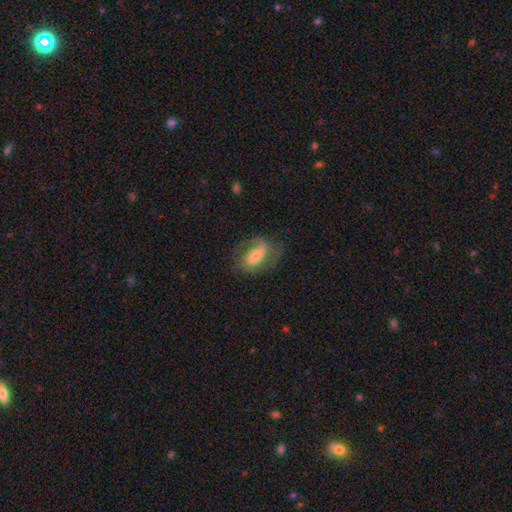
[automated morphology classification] A featured or disk galaxy (64%) with a weak bar (42%), 2 (70%) medium (46%) spiral arms (86%) and a moderate central bulge (44%).

Vote fractions:
- Smooth or featured? featured or disk: 64% / smooth: 26% / star or artifact: 10%
- Edge-on disk? no: 95% / yes: 5%
- Bar? weak: 42% / no: 32% / strong: 26%
- Spiral arms? yes: 86% / no: 14%
- Spiral winding? medium: 46% / tight: 31% / loose: 22%
- Spiral arm count? 2: 70% / 1: 13% / can't tell: 13% / 3: 3% / 4: 1% / more than 4: 1%
- Bulge size? moderate: 44% / small: 34% / large: 14% / none: 6% / dominant: 2%
- Merging? none: 66% / minor disturbance: 19% / major disturbance: 13% / merger: 1%